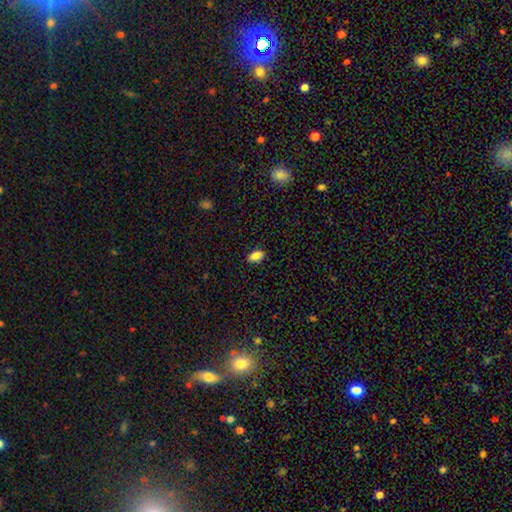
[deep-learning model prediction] Smooth or featured?
  - smooth: 85% *
  - star or artifact: 9%
  - featured or disk: 6%
How rounded?
  - in between: 89% *
  - cigar-shaped: 7%
  - round: 5%
Merging?
  - none: 88% *
  - minor disturbance: 9%
  - major disturbance: 2%
  - merger: 1%